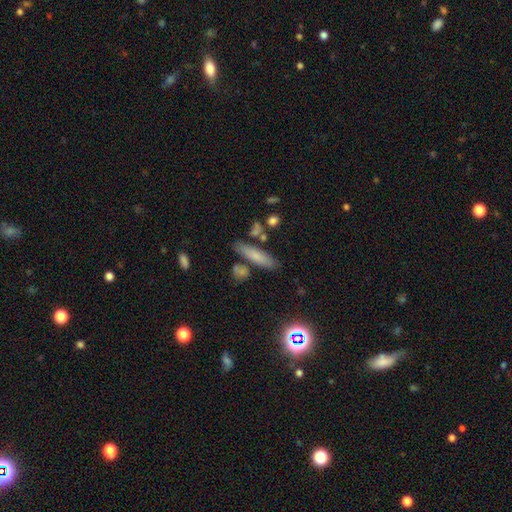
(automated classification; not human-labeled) Morphology: type=smooth (71%); roundness=cigar-shaped (69%); merging=none (75%).